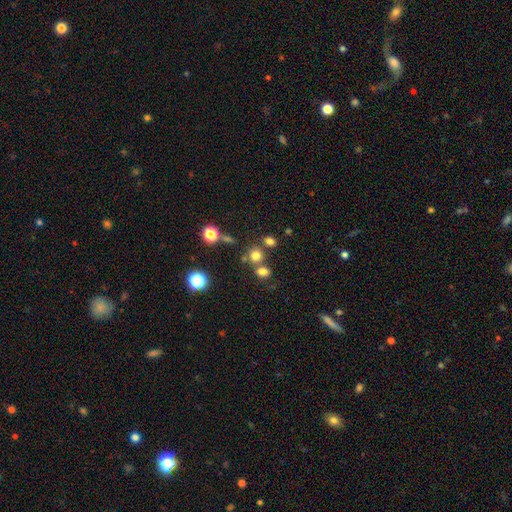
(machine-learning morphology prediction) smooth 73%, star or artifact 19%, featured or disk 8%. Down the decision tree: how rounded — round (81%); merging — none (63%).